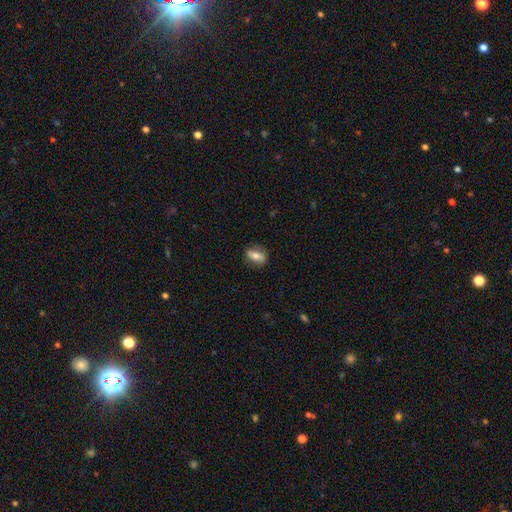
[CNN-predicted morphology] smooth_or_featured: smooth (p=0.61) [alt: featured or disk p=0.31]
how_rounded: in between (p=0.76) [alt: cigar-shaped p=0.13]
merging: none (p=0.82) [alt: minor disturbance p=0.14]